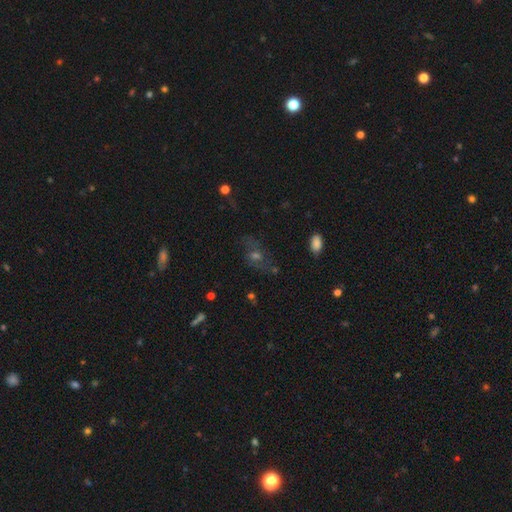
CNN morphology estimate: This is marginally a featured or disk galaxy (44%). Merging: likely none (67%).